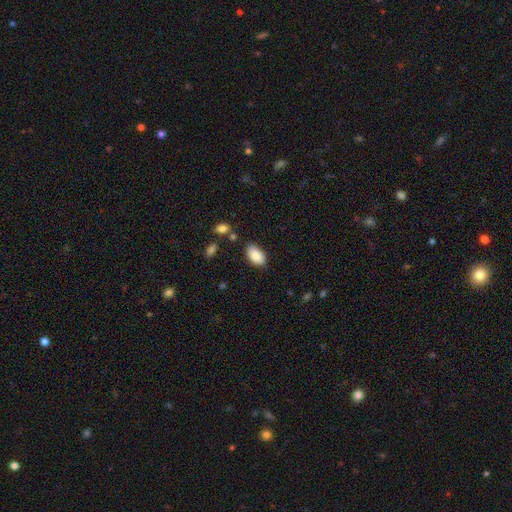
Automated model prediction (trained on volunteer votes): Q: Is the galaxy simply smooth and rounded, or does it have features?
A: smooth — 87%.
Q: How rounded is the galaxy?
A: in between — 94%.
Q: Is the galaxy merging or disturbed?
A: none — 78%.